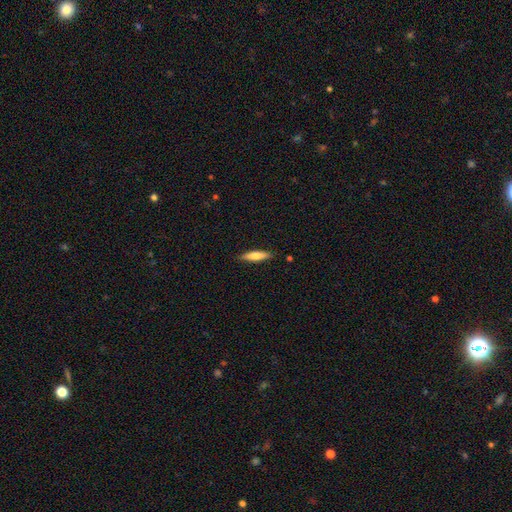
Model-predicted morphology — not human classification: A smooth galaxy with no disk features (70%) that is cigar-shaped (77%).

Vote fractions:
- Smooth or featured? smooth: 70% / featured or disk: 24% / star or artifact: 6%
- How rounded? cigar-shaped: 77% / in between: 21% / round: 2%
- Merging? none: 88% / minor disturbance: 9% / major disturbance: 2% / merger: 1%